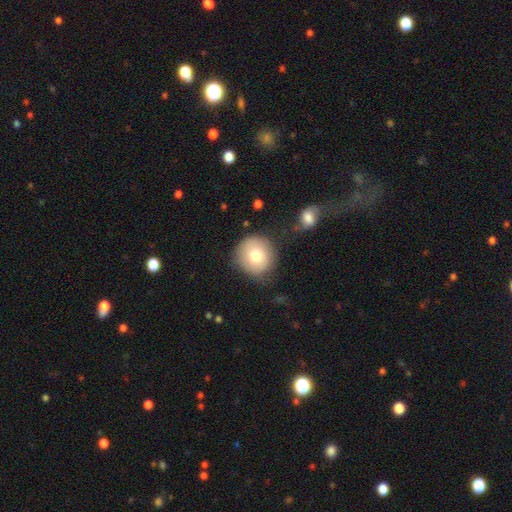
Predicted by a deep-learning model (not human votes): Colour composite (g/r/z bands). It shows a smooth galaxy with no disk features (75%) that is round (92%). Merging: none (78%).